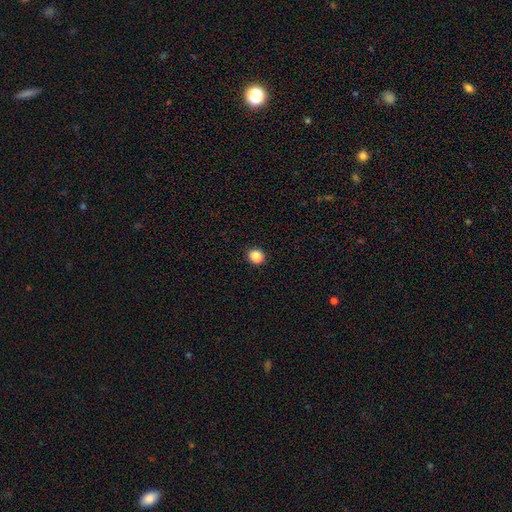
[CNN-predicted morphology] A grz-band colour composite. It shows a smooth galaxy with no disk features (87%) that is round (75%). Merging: none (89%).